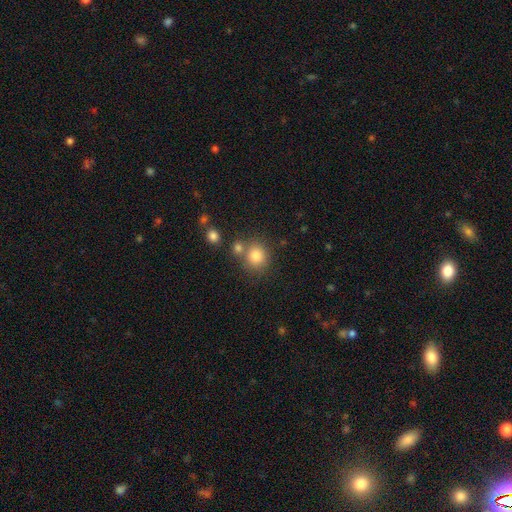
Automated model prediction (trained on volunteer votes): Smooth or featured?
  - smooth: 81% *
  - star or artifact: 11%
  - featured or disk: 8%
How rounded?
  - round: 84% *
  - in between: 15%
  - cigar-shaped: 1%
Merging?
  - none: 64% *
  - merger: 22%
  - minor disturbance: 10%
  - major disturbance: 4%